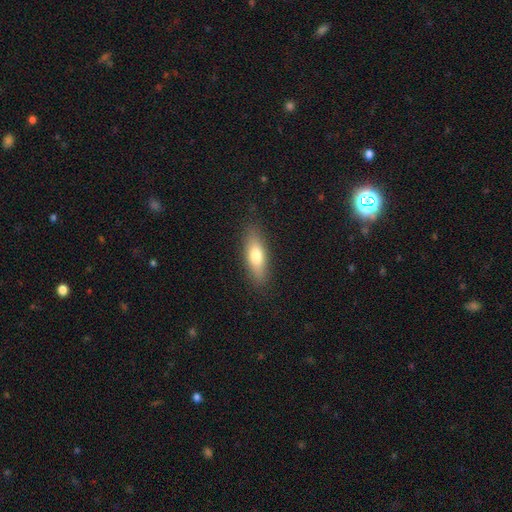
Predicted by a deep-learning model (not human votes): Overall: smooth (72%). How rounded: in between (54%; cigar-shaped 43%). Merging: none (86%).